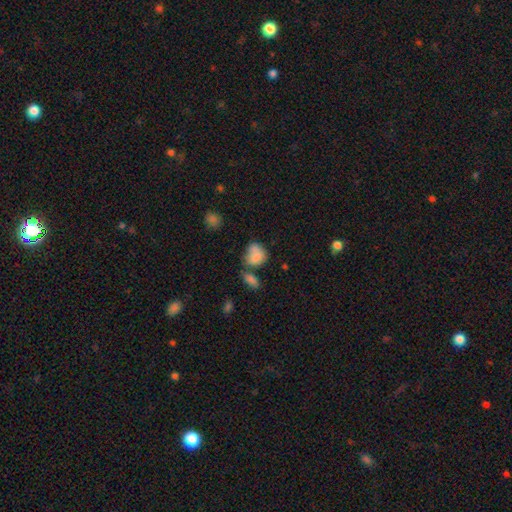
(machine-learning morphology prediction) This appears to be a smooth galaxy with no disk features (80%) that is in between round and cigar-shaped (57%). Merging: none (36%).